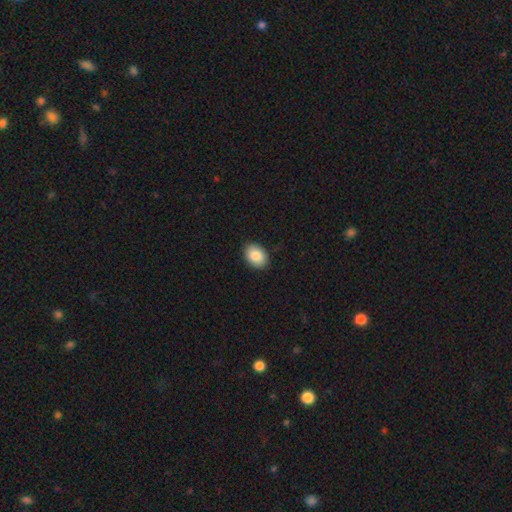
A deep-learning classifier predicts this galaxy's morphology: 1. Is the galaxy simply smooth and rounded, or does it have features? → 87% smooth, 7% star or artifact, 6% featured or disk.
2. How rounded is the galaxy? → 77% in between, 22% round, 1% cigar-shaped.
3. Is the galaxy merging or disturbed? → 89% none, 8% minor disturbance, 2% major disturbance, 1% merger.